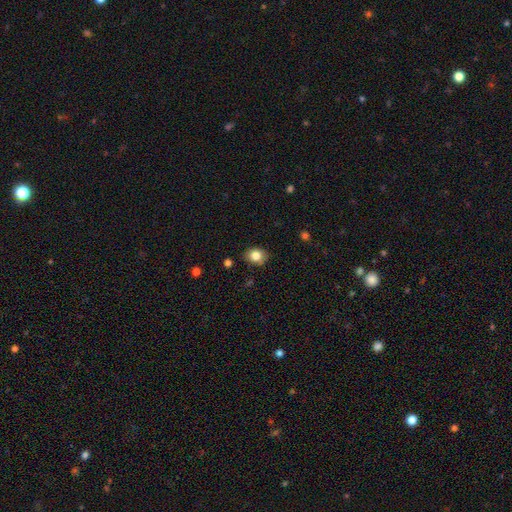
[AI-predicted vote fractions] Morphology: type=smooth (82%); roundness=in between (53%); merging=none (82%).